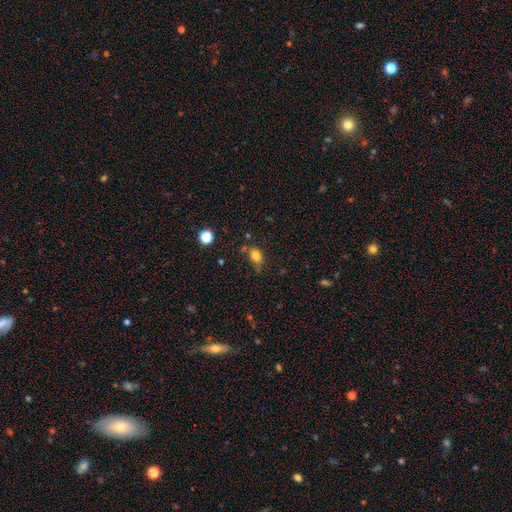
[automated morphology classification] smooth_or_featured: smooth (p=0.80) [alt: star or artifact p=0.12]
how_rounded: in between (p=0.62) [alt: round p=0.36]
merging: none (p=0.59) [alt: minor disturbance p=0.27]